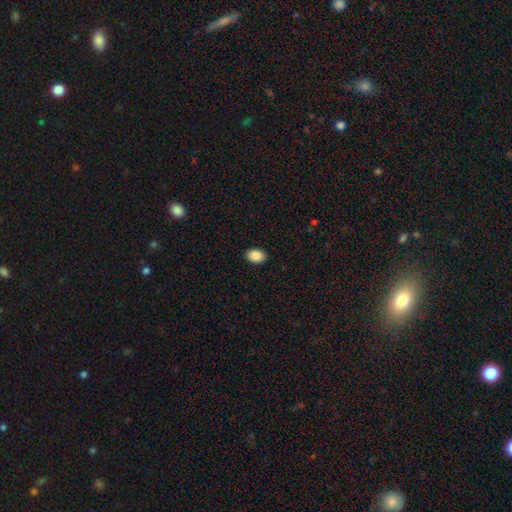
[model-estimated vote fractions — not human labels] A smooth galaxy with no disk features (88%) that is in between round and cigar-shaped (77%).

Vote fractions:
- Smooth or featured? smooth: 88% / star or artifact: 8% / featured or disk: 5%
- How rounded? in between: 77% / round: 22% / cigar-shaped: 1%
- Merging? none: 91% / minor disturbance: 7% / major disturbance: 2% / merger: 1%